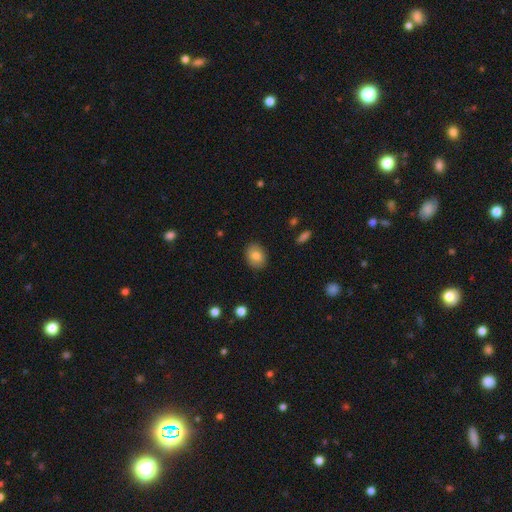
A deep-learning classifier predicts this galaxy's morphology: Q: Smooth or featured?
A: smooth (81%); runner-up: featured or disk (11%)
Q: How rounded?
A: in between (58%); runner-up: round (40%)
Q: Merging?
A: none (87%); runner-up: minor disturbance (9%)